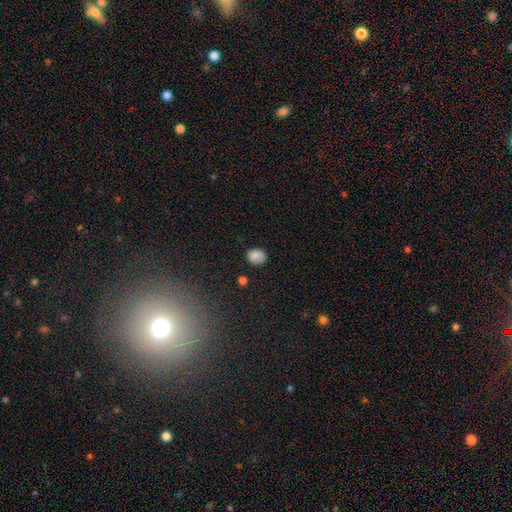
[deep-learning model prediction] Q: Smooth or featured?
A: smooth (80%); runner-up: featured or disk (10%)
Q: How rounded?
A: round (54%); runner-up: in between (45%)
Q: Merging?
A: none (72%); runner-up: minor disturbance (21%)